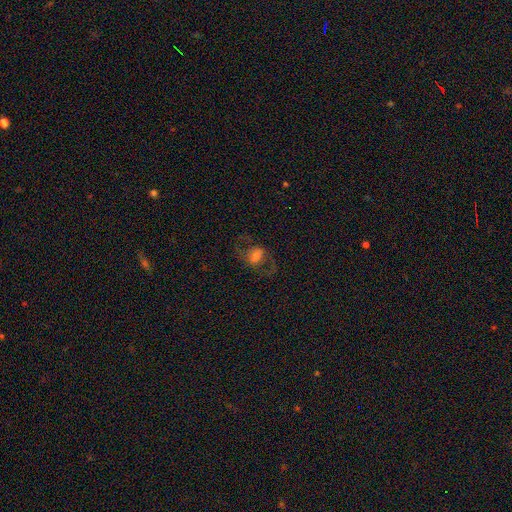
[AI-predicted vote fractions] smooth-or-featured: featured or disk: 52% | smooth: 34% | star or artifact: 14%
  disk-edge-on: no: 94% | yes: 6%
  merging: none: 64% | major disturbance: 20% | minor disturbance: 15% | merger: 2%